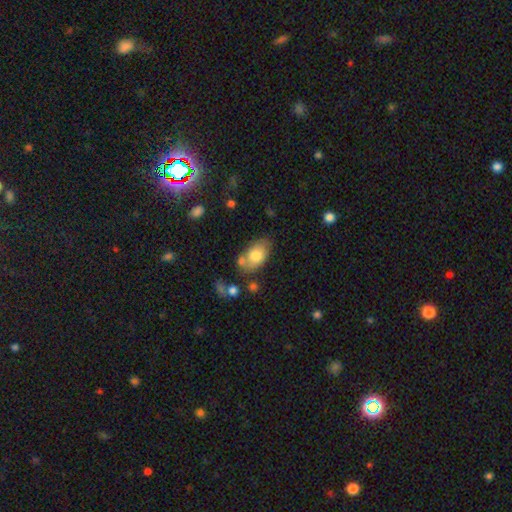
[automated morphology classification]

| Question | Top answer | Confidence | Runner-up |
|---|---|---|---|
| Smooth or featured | smooth | 75% | featured or disk (18%) |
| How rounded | in between | 91% | round (8%) |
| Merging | none | 60% | minor disturbance (20%) |